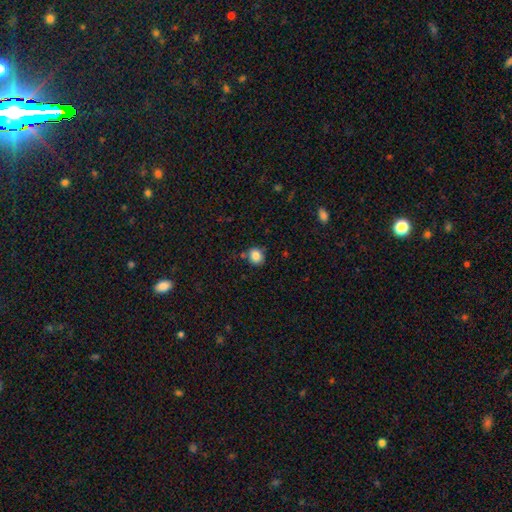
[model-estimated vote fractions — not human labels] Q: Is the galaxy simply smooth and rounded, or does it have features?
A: smooth — 85%.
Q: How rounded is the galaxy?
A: round — 75%.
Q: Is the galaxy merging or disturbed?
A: none — 77%.